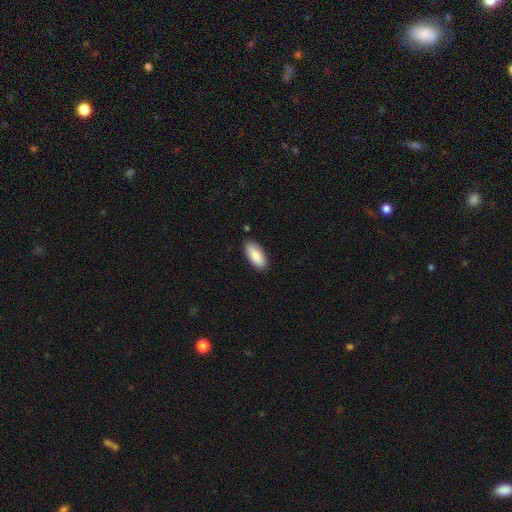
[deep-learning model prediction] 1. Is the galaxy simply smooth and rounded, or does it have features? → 89% smooth, 6% star or artifact, 6% featured or disk.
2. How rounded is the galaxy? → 88% in between, 11% cigar-shaped, 2% round.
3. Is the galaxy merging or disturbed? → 86% none, 10% minor disturbance, 2% major disturbance, 1% merger.